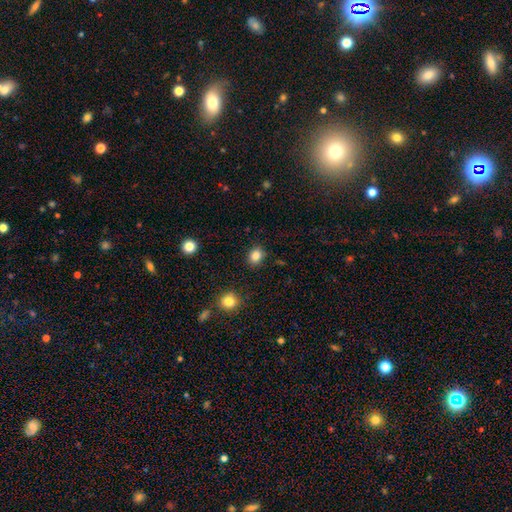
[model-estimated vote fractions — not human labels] Overall: smooth (85%). How rounded: round (57%; in between 42%). Merging: none (87%).